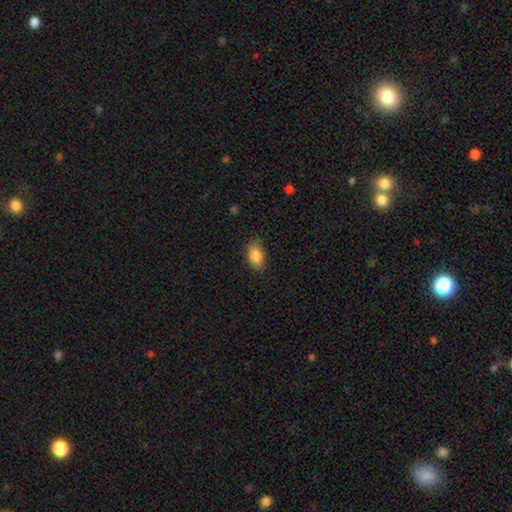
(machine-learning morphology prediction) Q: Smooth or featured?
A: smooth (86%); runner-up: star or artifact (8%)
Q: How rounded?
A: in between (87%); runner-up: round (11%)
Q: Merging?
A: none (81%); runner-up: minor disturbance (15%)